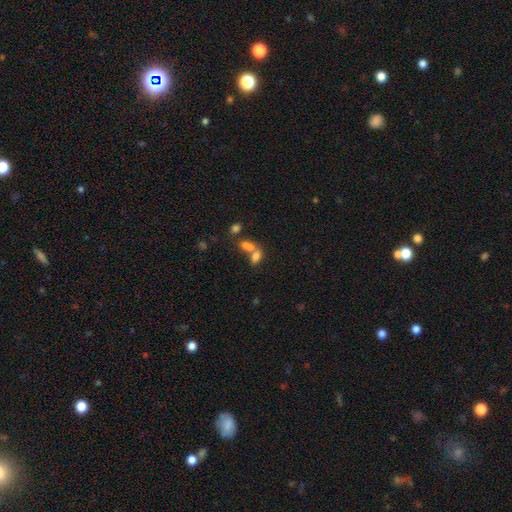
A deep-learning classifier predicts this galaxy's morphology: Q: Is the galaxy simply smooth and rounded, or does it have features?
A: smooth — 72%.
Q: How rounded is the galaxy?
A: in between — 82%.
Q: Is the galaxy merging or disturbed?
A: merger — 61%.